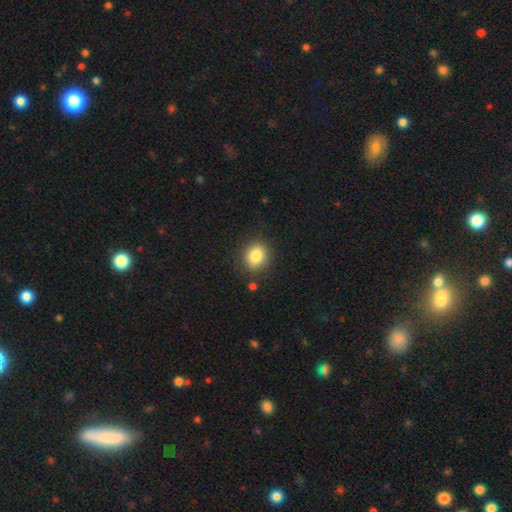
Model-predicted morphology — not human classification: Smooth or featured?
  - smooth: 84% *
  - star or artifact: 10%
  - featured or disk: 6%
How rounded?
  - round: 58% *
  - in between: 41%
  - cigar-shaped: 1%
Merging?
  - none: 84% *
  - minor disturbance: 10%
  - major disturbance: 3%
  - merger: 3%